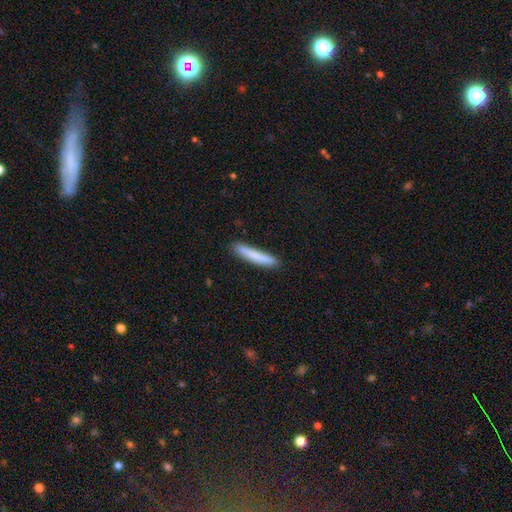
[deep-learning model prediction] smooth 81%, featured or disk 13%, star or artifact 6%. Down the decision tree: how rounded — cigar-shaped (94%); merging — none (89%).